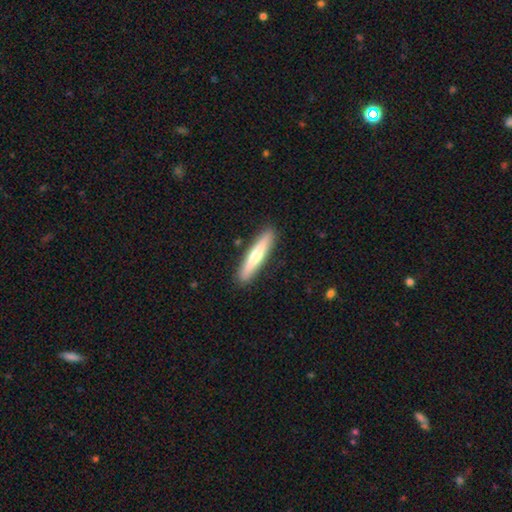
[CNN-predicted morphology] The model was most divided on "smooth or featured": smooth: 56%, featured or disk: 39%, star or artifact: 5%. More confident: merging — none (90%); how rounded — cigar-shaped (89%).